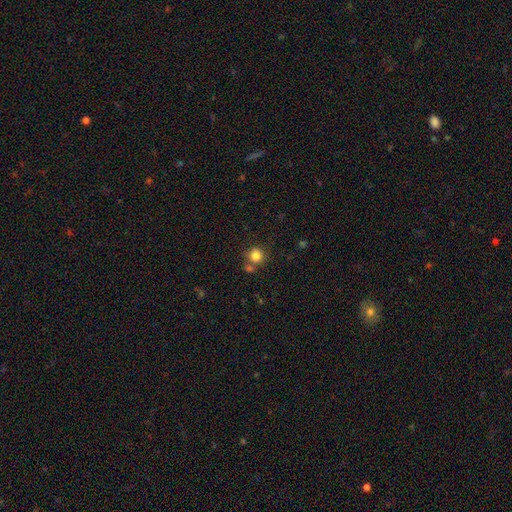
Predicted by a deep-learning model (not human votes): This appears to be a smooth galaxy with no disk features (83%) that is round (90%). Merging: none (68%).